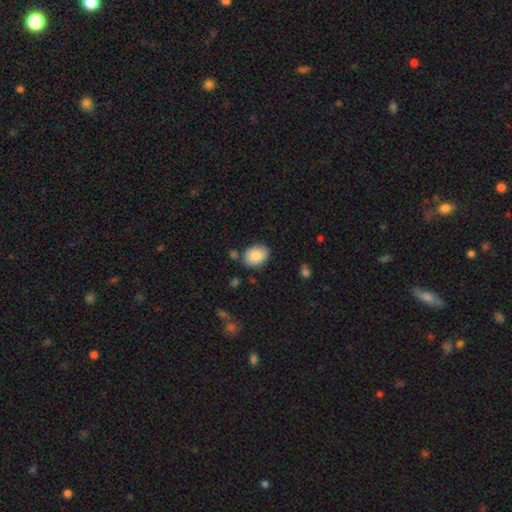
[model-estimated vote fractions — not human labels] smooth-or-featured: smooth: 85% | featured or disk: 8% | star or artifact: 7%
  how-rounded: in between: 65% | round: 34% | cigar-shaped: 1%
  merging: none: 77% | minor disturbance: 16% | merger: 4% | major disturbance: 3%